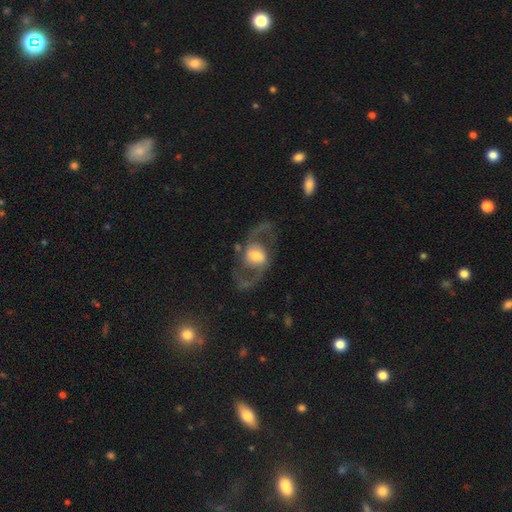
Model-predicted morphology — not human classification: Smooth or featured?
  - featured or disk: 83% *
  - smooth: 12%
  - star or artifact: 5%
Edge-on disk?
  - no: 96% *
  - yes: 4%
Bar?
  - weak: 44% *
  - no: 36%
  - strong: 20%
Spiral arms?
  - yes: 89% *
  - no: 11%
Spiral winding?
  - loose: 48% *
  - medium: 44%
  - tight: 8%
Spiral arm count?
  - 2: 93% *
  - can't tell: 3%
  - 1: 2%
  - 3: 1%
  - 4: 1%
  - more than 4: 1%
Bulge size?
  - moderate: 52% *
  - large: 24%
  - small: 18%
  - dominant: 3%
  - none: 2%
Merging?
  - none: 73% *
  - major disturbance: 13%
  - minor disturbance: 12%
  - merger: 2%